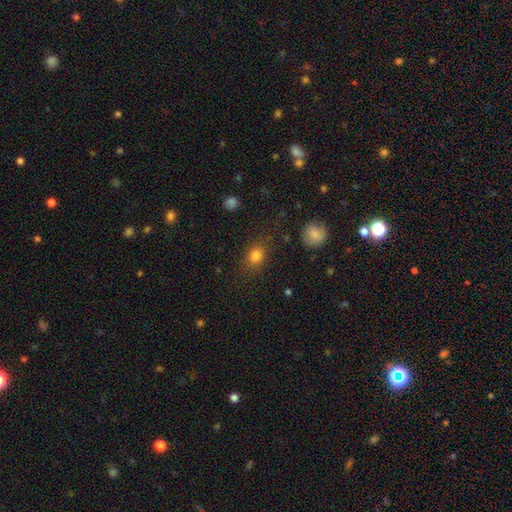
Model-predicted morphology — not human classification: Smooth or featured: smooth — 81% (star or artifact — 12%)
How rounded: in between — 54% (round — 44%)
Merging: none — 81% (minor disturbance — 12%)